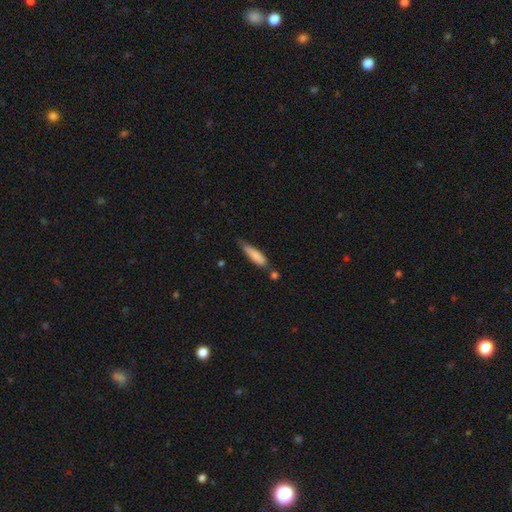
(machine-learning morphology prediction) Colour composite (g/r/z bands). It shows a smooth galaxy with no disk features (79%) that is cigar-shaped (75%). Merging: none (52%).